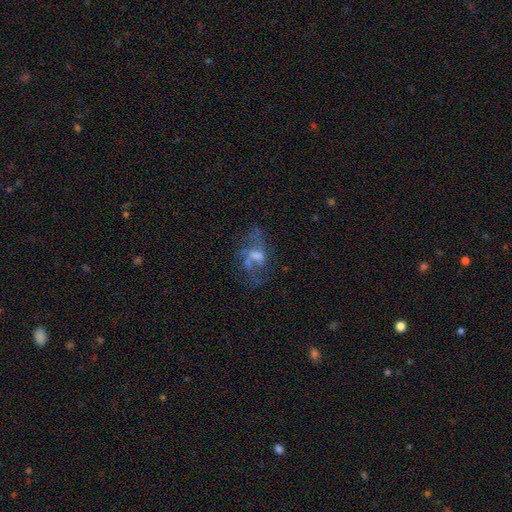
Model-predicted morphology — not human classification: featured or disk 66%, smooth 17%, star or artifact 17%. Down the decision tree: edge-on disk — no (95%); bar — no (46%); spiral arms — yes (68%); bulge size — moderate (40%); merging — none (50%).